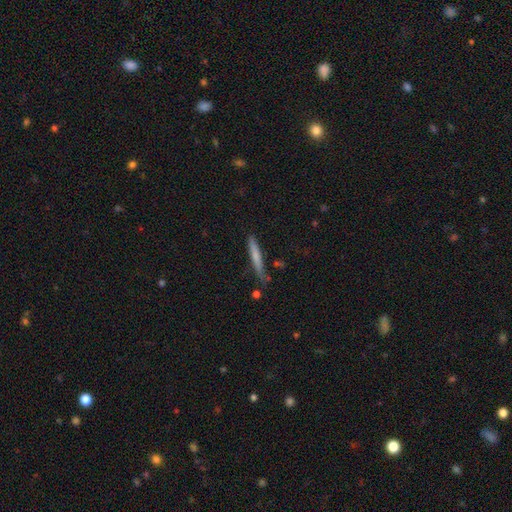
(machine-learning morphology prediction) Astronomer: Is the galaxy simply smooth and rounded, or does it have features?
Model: smooth — 65%.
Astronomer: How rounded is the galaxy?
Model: cigar-shaped — 95%.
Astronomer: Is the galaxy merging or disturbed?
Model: none — 77%.